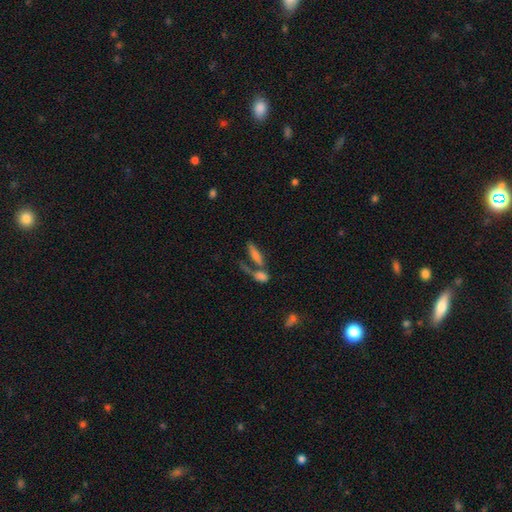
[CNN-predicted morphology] type=smooth (59%); roundness=cigar-shaped (56%); merging=merger (49%).